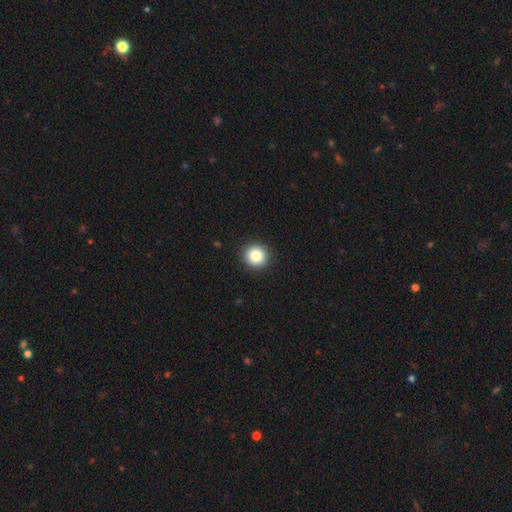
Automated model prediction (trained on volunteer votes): Q: Smooth or featured?
A: smooth (85%); runner-up: star or artifact (10%)
Q: How rounded?
A: round (93%); runner-up: in between (6%)
Q: Merging?
A: none (92%); runner-up: minor disturbance (5%)